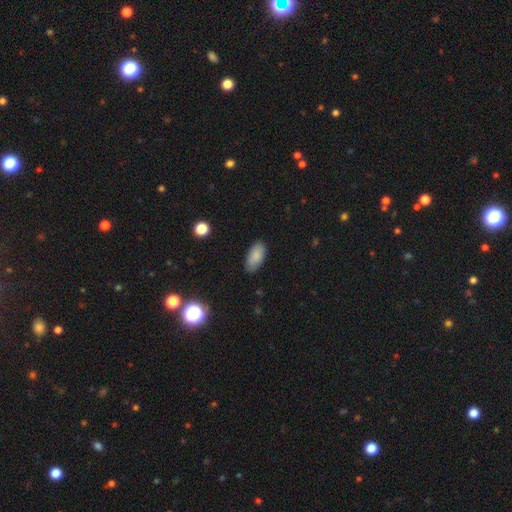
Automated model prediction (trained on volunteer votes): A smooth galaxy with no disk features (86%) that is in between round and cigar-shaped (93%).

Vote fractions:
- Smooth or featured? smooth: 86% / star or artifact: 8% / featured or disk: 7%
- How rounded? in between: 93% / cigar-shaped: 4% / round: 3%
- Merging? none: 82% / minor disturbance: 14% / major disturbance: 3% / merger: 1%